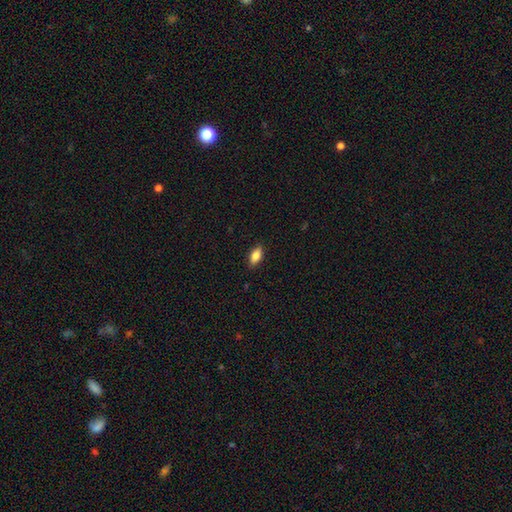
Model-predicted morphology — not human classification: This appears to be a smooth galaxy with no disk features (82%) that is in between round and cigar-shaped (87%). Merging: none (88%).